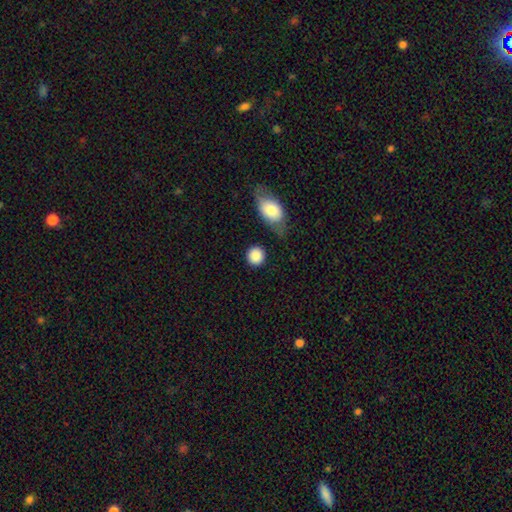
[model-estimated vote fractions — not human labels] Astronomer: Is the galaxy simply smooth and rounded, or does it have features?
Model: smooth — 89%.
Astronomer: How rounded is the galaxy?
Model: round — 90%.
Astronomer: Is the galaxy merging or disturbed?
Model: none — 81%.